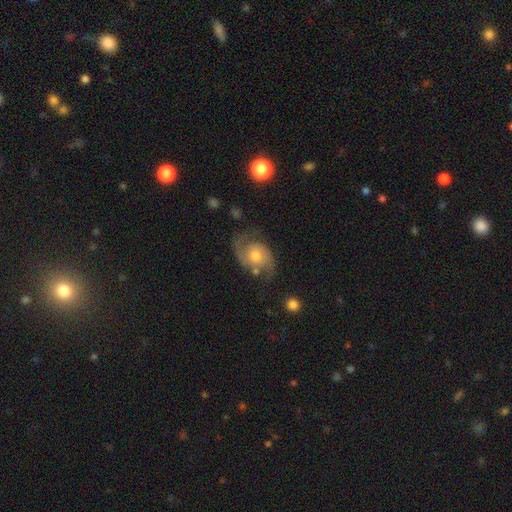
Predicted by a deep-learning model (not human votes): featured or disk 79%, smooth 13%, star or artifact 7%. Down the decision tree: edge-on disk — no (97%); bar — no (72%); spiral arms — yes (94%); spiral arm count — 2 (89%); spiral winding — medium (50%); bulge size — moderate (64%); merging — none (66%).